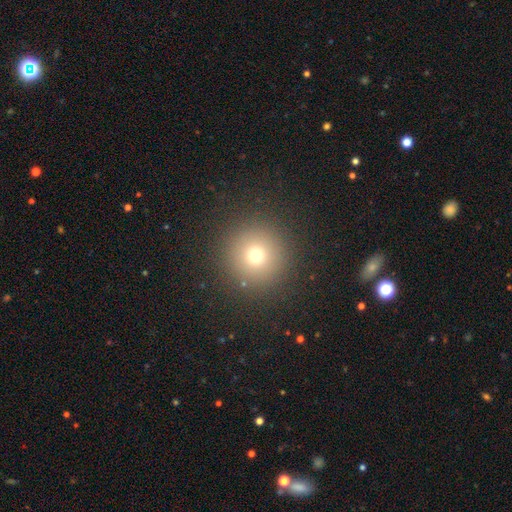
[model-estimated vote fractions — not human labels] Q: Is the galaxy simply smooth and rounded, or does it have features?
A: smooth — 72%.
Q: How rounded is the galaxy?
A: round — 96%.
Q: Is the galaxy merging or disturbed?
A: none — 90%.